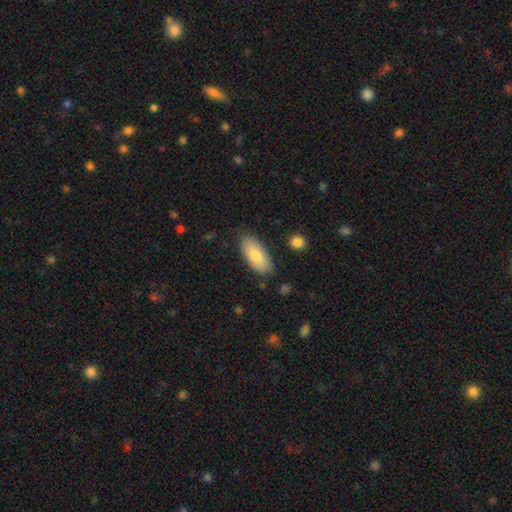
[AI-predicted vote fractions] Smooth or featured: smooth — 80% (featured or disk — 14%)
How rounded: in between — 87% (cigar-shaped — 11%)
Merging: none — 79% (minor disturbance — 15%)